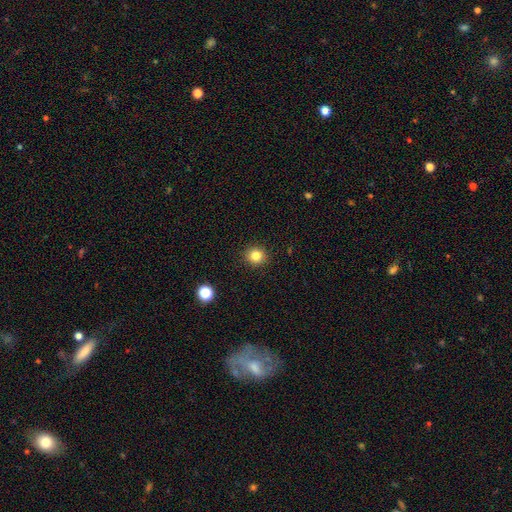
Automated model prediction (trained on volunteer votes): Smooth or featured?
  - smooth: 83% *
  - star or artifact: 12%
  - featured or disk: 5%
How rounded?
  - round: 90% *
  - in between: 9%
  - cigar-shaped: 1%
Merging?
  - none: 92% *
  - minor disturbance: 6%
  - major disturbance: 2%
  - merger: 1%